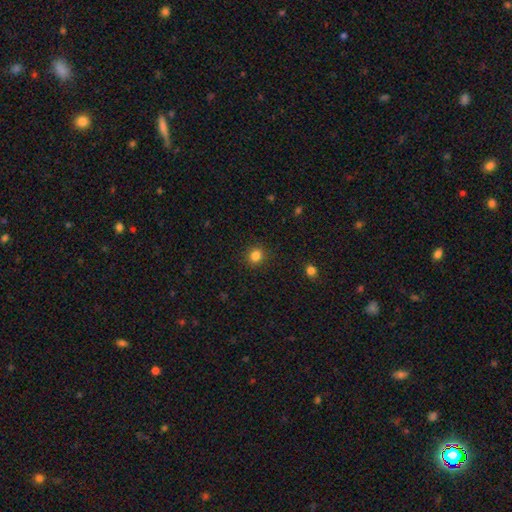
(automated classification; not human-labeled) Smooth or featured: smooth — 84% (star or artifact — 12%)
How rounded: round — 81% (in between — 18%)
Merging: none — 90% (minor disturbance — 6%)